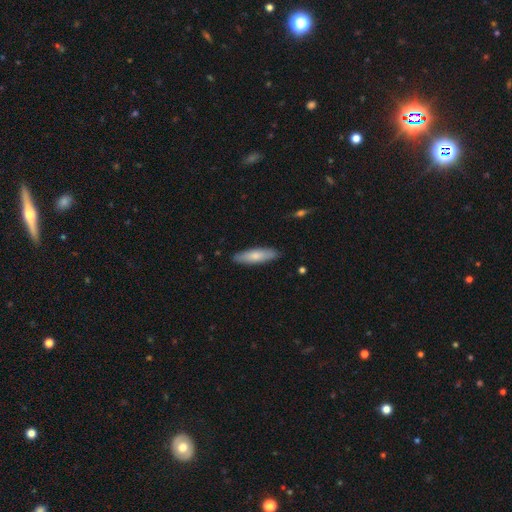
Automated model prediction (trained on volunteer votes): The model was most divided on "how rounded": cigar-shaped: 63%, in between: 35%, round: 2%. More confident: merging — none (88%); smooth or featured — smooth (76%).